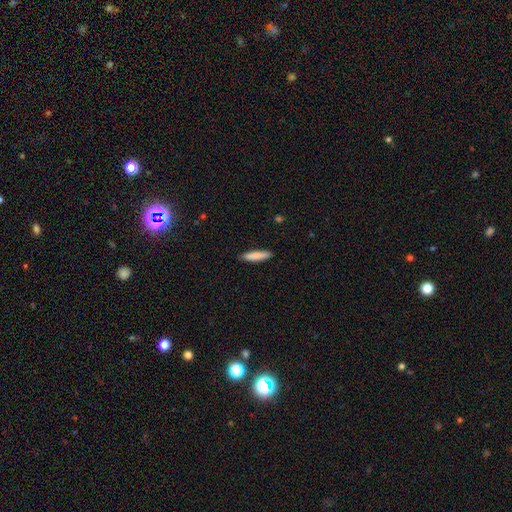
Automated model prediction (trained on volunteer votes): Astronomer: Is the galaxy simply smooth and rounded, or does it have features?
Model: smooth — 84%.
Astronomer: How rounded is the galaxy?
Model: cigar-shaped — 85%.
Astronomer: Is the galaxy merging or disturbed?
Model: none — 89%.